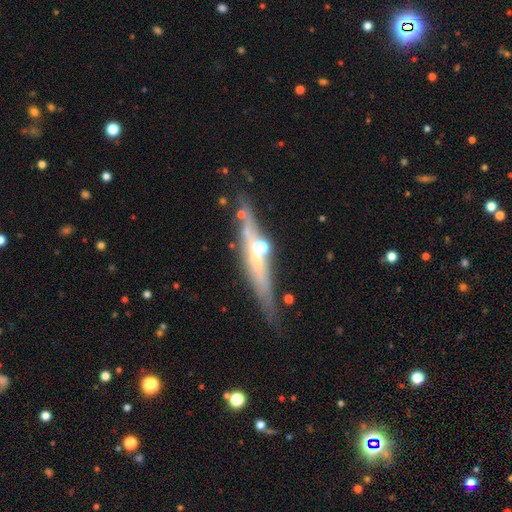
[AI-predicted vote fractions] Smooth or featured: featured or disk — 75% (smooth — 17%)
Edge-on disk: yes — 92% (no — 8%)
Edge-on bulge: rounded — 83% (none — 11%)
Merging: none — 70% (minor disturbance — 17%)